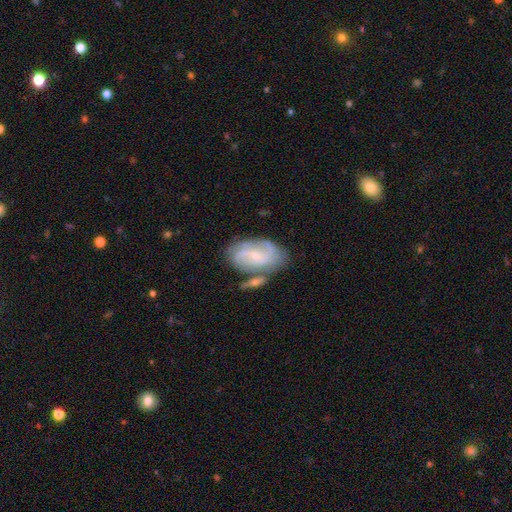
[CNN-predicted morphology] Smooth or featured? Predicted: featured or disk (p=0.75). Edge-on disk? Predicted: no (p=0.96). Bar? Predicted: no (p=0.45). Spiral arms? Predicted: yes (p=0.91). Spiral winding? Predicted: medium (p=0.43). Spiral arm count? Predicted: 2 (p=0.54). Bulge size? Predicted: small (p=0.75). Merging? Predicted: none (p=0.54).